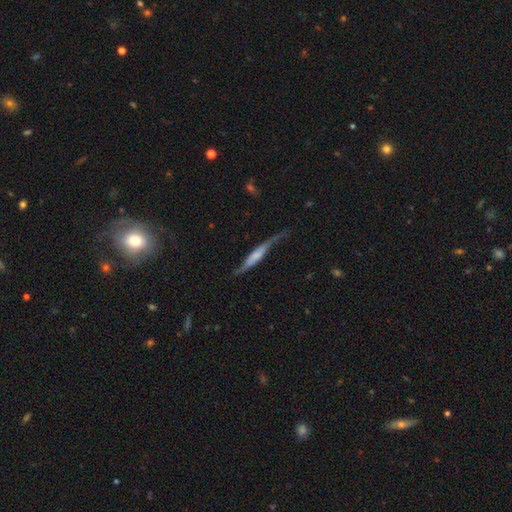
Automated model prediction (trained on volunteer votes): Q: Smooth or featured?
A: featured or disk (61%); runner-up: smooth (33%)
Q: Edge-on disk?
A: yes (73%); runner-up: no (27%)
Q: Merging?
A: none (51%); runner-up: minor disturbance (30%)